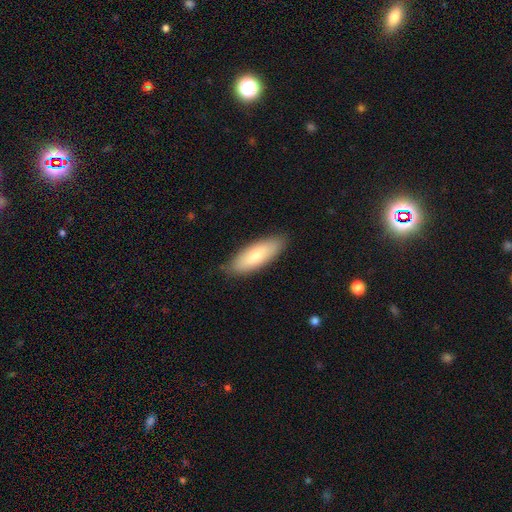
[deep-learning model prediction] Morphology: type=smooth (75%); roundness=in between (63%); merging=none (85%).